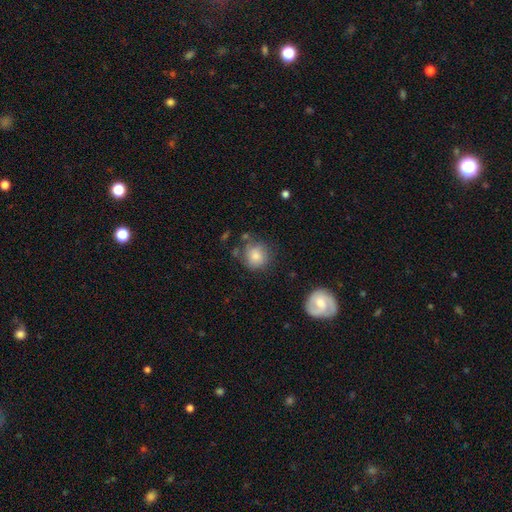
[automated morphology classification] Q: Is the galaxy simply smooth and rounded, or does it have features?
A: smooth — 77%.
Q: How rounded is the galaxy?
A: round — 89%.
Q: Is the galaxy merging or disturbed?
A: none — 67%.